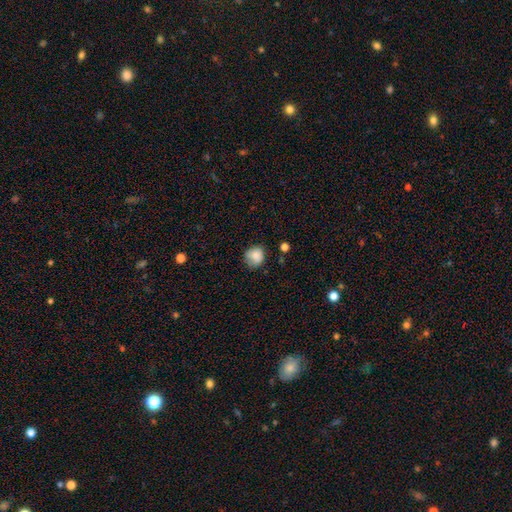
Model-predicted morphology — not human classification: Smooth or featured?
  - smooth: 84% *
  - star or artifact: 9%
  - featured or disk: 7%
How rounded?
  - round: 81% *
  - in between: 18%
  - cigar-shaped: 1%
Merging?
  - none: 67% *
  - minor disturbance: 25%
  - major disturbance: 6%
  - merger: 3%